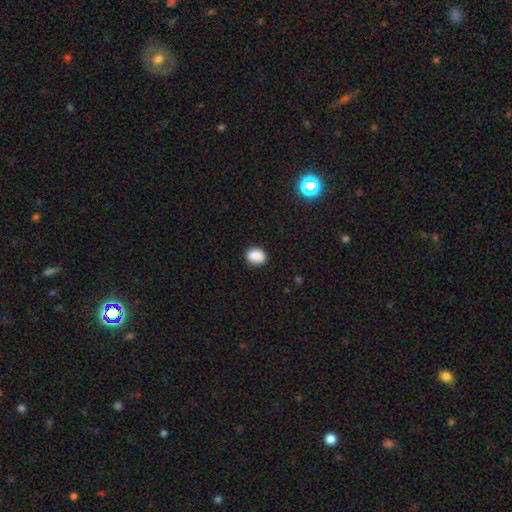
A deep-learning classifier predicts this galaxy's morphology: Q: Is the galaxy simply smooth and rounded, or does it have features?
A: smooth — 88%.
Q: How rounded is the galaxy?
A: in between — 62%.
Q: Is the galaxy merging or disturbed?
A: none — 83%.